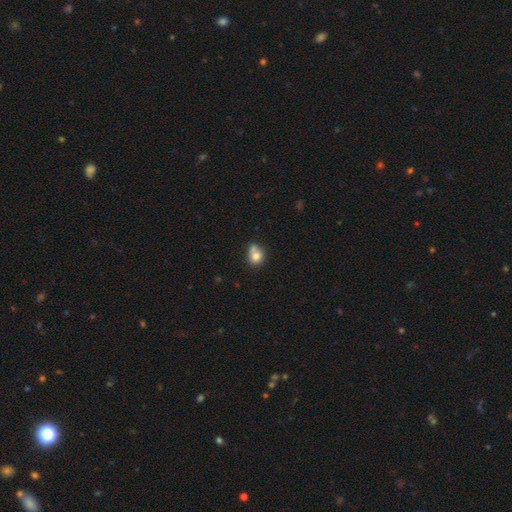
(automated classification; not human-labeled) Overall: smooth (76%). How rounded: round (64%; in between 35%). Merging: none (41%; merger 33%).